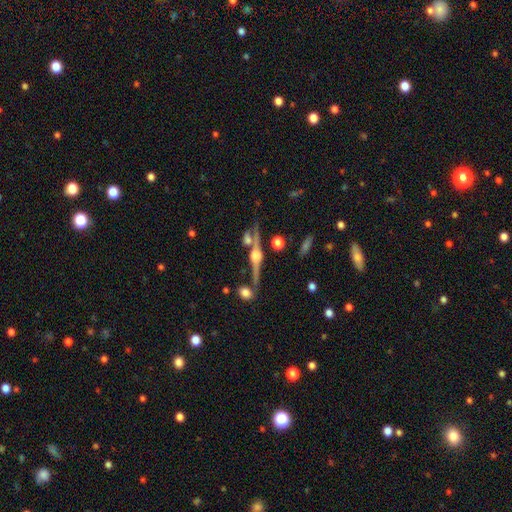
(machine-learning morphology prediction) type=featured or disk (82%); edge-on=yes (96%); edge-on bulge=rounded (91%); merging=none (72%).